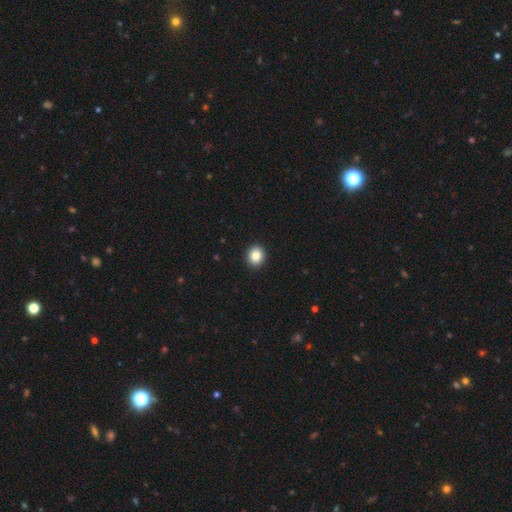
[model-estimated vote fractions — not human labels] A smooth galaxy with no disk features (86%) that is round (78%). Merging: none (93%).